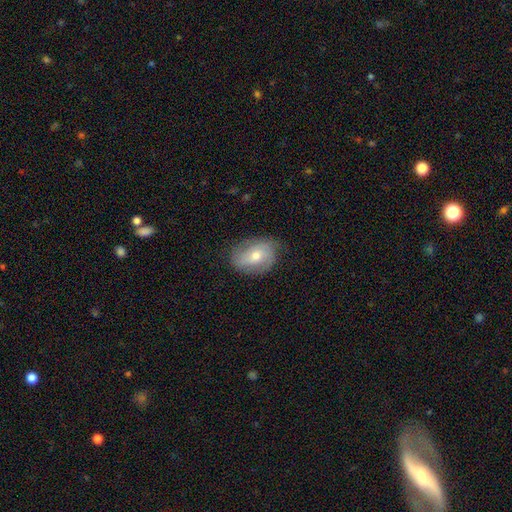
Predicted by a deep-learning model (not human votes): featured or disk 50%, smooth 42%, star or artifact 8%. Down the decision tree: merging — none (73%).